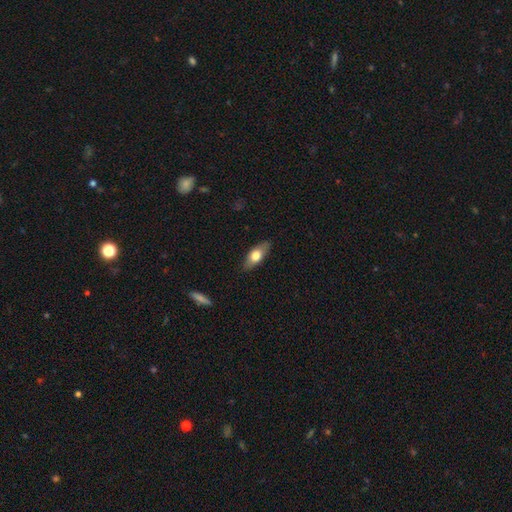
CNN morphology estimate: This appears to be a smooth galaxy with no disk features (63%) that is in between round and cigar-shaped (74%). Merging: none (85%).